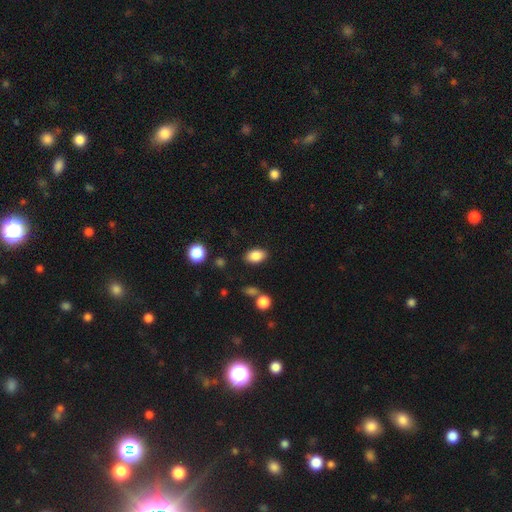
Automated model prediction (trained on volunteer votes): Smooth or featured? Predicted: smooth (p=0.85). How rounded? Predicted: in between (p=0.87). Merging? Predicted: none (p=0.84).